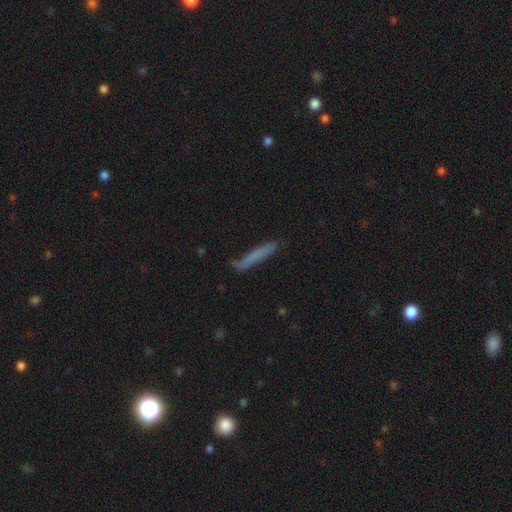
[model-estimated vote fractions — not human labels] Smooth or featured?
  - smooth: 67% *
  - featured or disk: 26%
  - star or artifact: 8%
How rounded?
  - cigar-shaped: 95% *
  - in between: 4%
  - round: 1%
Merging?
  - none: 76% *
  - minor disturbance: 18%
  - major disturbance: 4%
  - merger: 2%